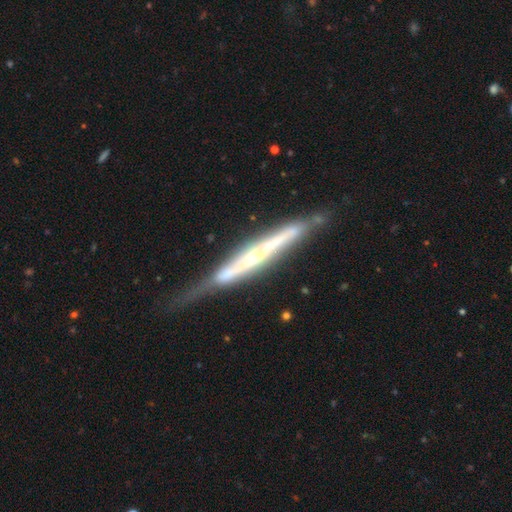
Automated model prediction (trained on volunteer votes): Smooth or featured?
  - featured or disk: 81% *
  - smooth: 14%
  - star or artifact: 6%
Edge-on disk?
  - yes: 92% *
  - no: 8%
Edge-on bulge?
  - none: 45% * (tied)
  - rounded: 45% * (tied)
  - boxy: 10%
Merging?
  - none: 59% *
  - minor disturbance: 29%
  - major disturbance: 8%
  - merger: 3%